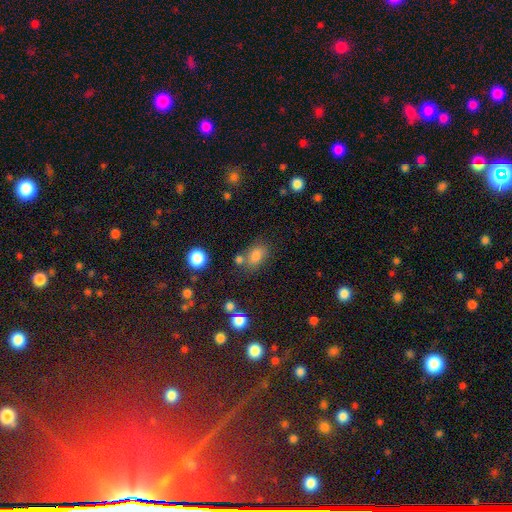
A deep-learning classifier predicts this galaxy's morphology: Overall: smooth (78%). How rounded: in between (75%). Merging: none (59%).